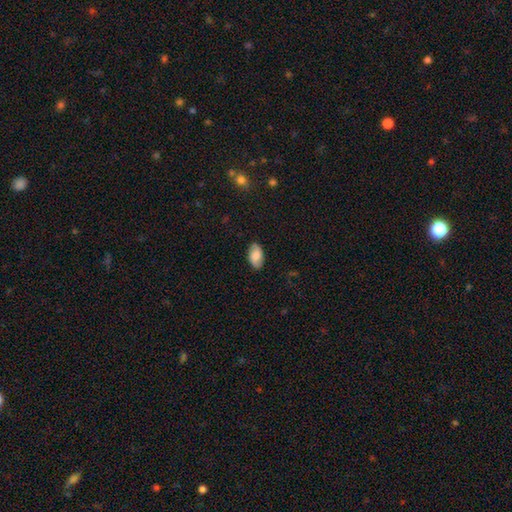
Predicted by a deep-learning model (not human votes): A smooth galaxy with no disk features (74%) that is in between round and cigar-shaped (94%). Merging: none (85%).